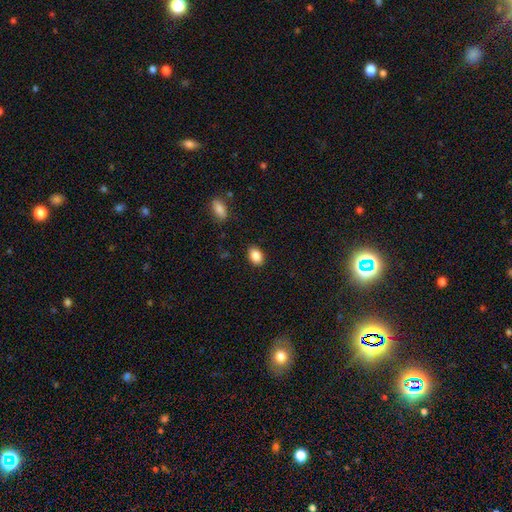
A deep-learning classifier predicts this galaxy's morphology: A smooth galaxy with no disk features (87%) that is in between round and cigar-shaped (81%). Merging: none (88%).